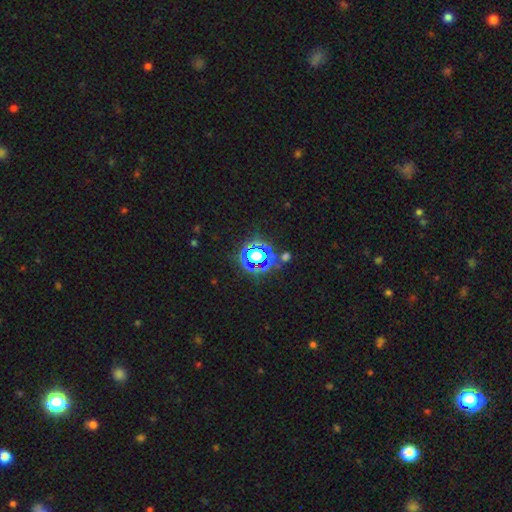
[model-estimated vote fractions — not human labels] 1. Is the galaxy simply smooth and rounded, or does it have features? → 63% star or artifact, 25% smooth, 12% featured or disk.